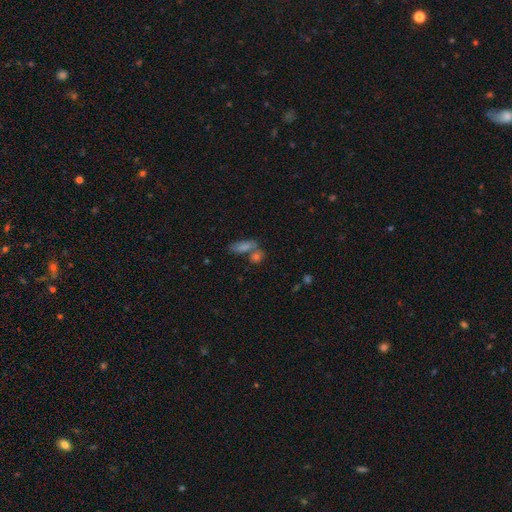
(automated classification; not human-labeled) This appears to be a smooth galaxy with no disk features (63%) that is in between round and cigar-shaped (64%). Merging: none (48%).